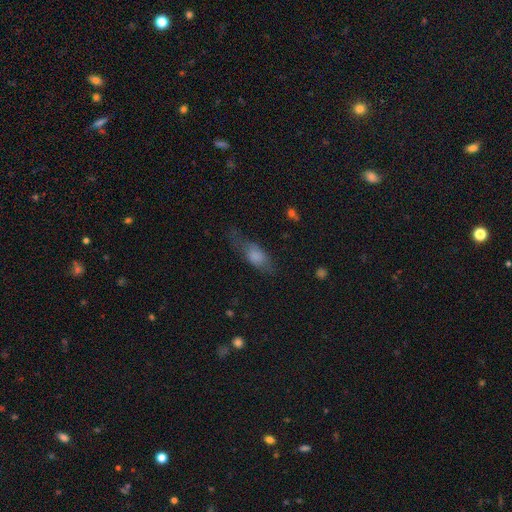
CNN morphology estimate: Smooth or featured: smooth — 70% (featured or disk — 21%)
How rounded: in between — 69% (cigar-shaped — 26%)
Merging: none — 45% (minor disturbance — 29%)